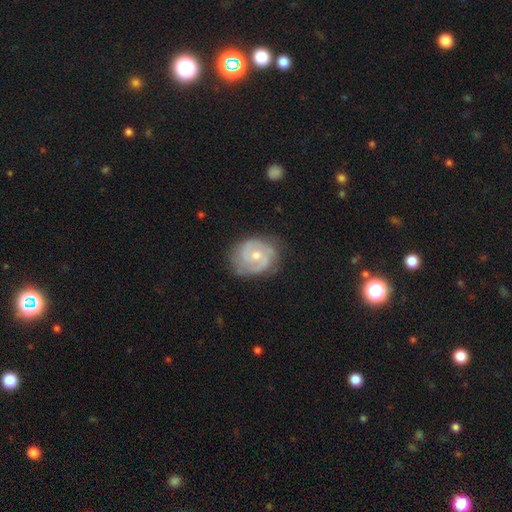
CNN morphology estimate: Overall: featured or disk (82%). Edge-on disk: no (98%). Bar: no (65%; weak 30%). Spiral arms: yes (94%). Spiral arm count: 2 (65%). Spiral winding: tight (51%; medium 40%). Bulge size: moderate (50%; small 47%). Merging: none (75%).